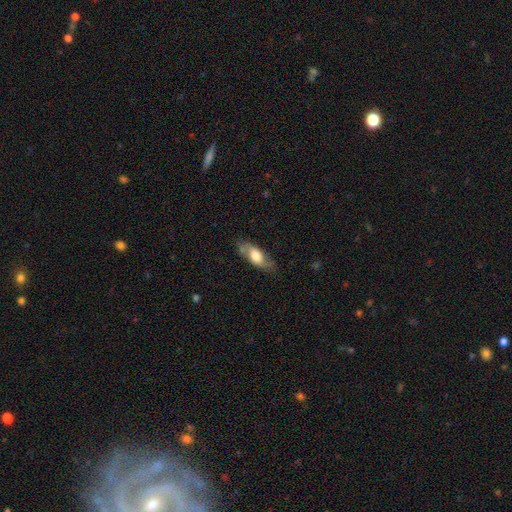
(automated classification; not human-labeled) A smooth galaxy with no disk features (58%) that is in between round and cigar-shaped (75%).

Vote fractions:
- Smooth or featured? smooth: 58% / featured or disk: 35% / star or artifact: 6%
- How rounded? in between: 75% / cigar-shaped: 21% / round: 4%
- Merging? none: 68% / minor disturbance: 22% / major disturbance: 7% / merger: 3%